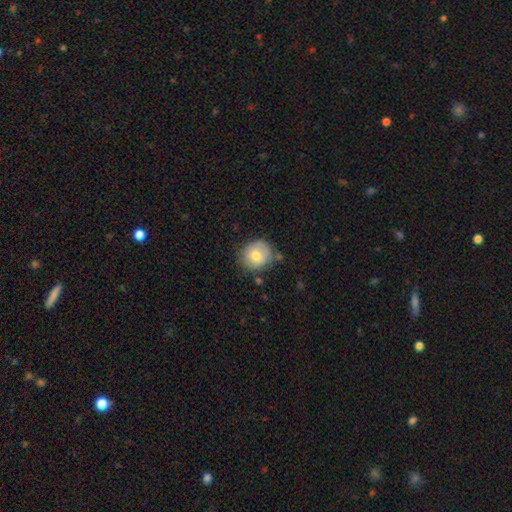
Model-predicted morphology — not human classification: The model was most divided on "merging": none: 72%, minor disturbance: 19%, merger: 5%, major disturbance: 4%. More confident: how rounded — round (84%); smooth or featured — smooth (76%).